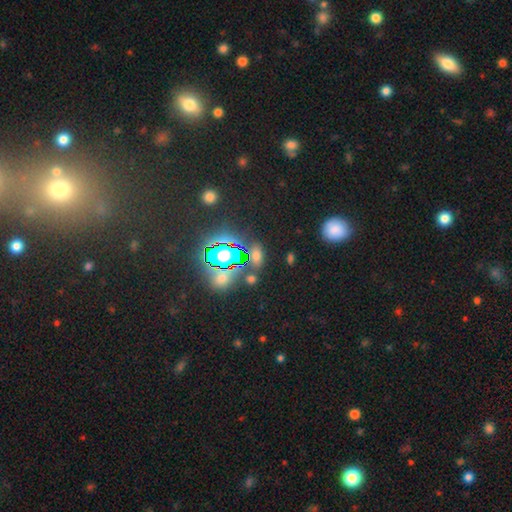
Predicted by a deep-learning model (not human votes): smooth 48%, star or artifact 42%, featured or disk 10%. Down the decision tree: merging — none (77%).